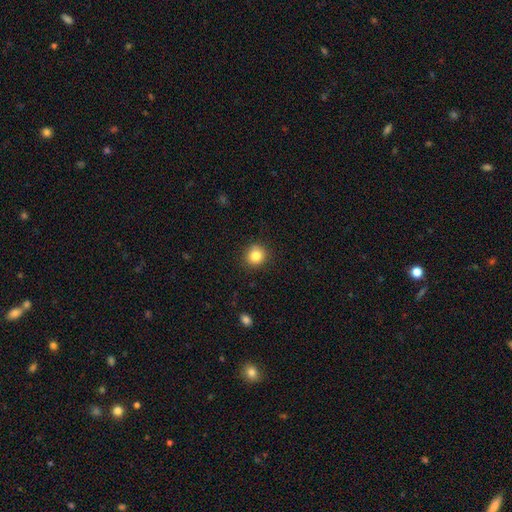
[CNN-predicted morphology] smooth 84%, star or artifact 10%, featured or disk 5%. Down the decision tree: how rounded — round (89%); merging — none (89%).